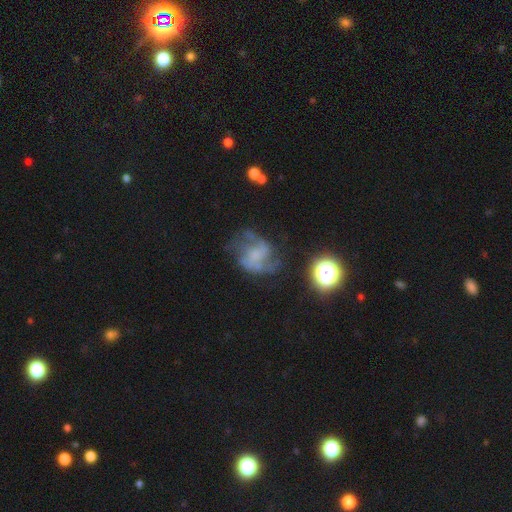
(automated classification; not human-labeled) smooth_or_featured: featured or disk (p=0.65) [alt: smooth p=0.21]
disk_edge_on: no (p=0.98) [alt: yes p=0.02]
bar: no (p=0.63) [alt: weak p=0.28]
has_spiral_arms: yes (p=0.74) [alt: no p=0.26]
bulge_size: none (p=0.59) [alt: small p=0.17]
merging: none (p=0.46) [alt: major disturbance p=0.28]